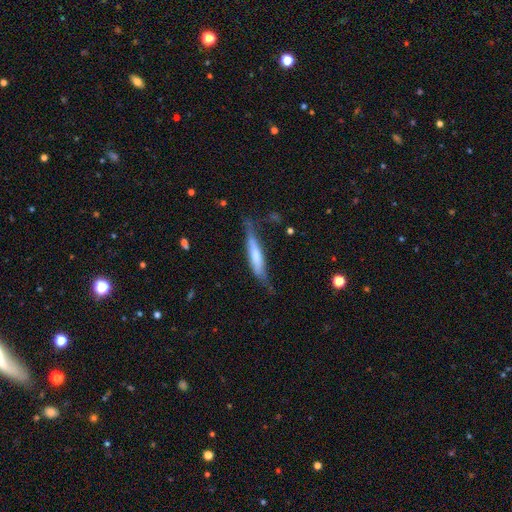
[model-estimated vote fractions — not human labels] Smooth or featured? Predicted: smooth (p=0.55). How rounded? Predicted: cigar-shaped (p=0.82). Merging? Predicted: none (p=0.51).